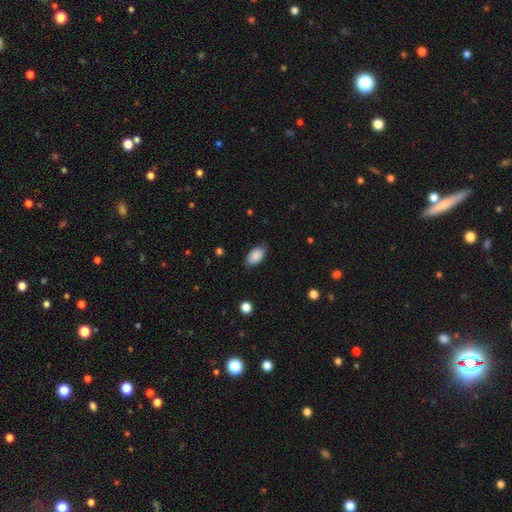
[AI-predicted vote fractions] This is clearly a smooth galaxy (88%). How rounded: clearly in between (93%). Merging: likely none (77%).